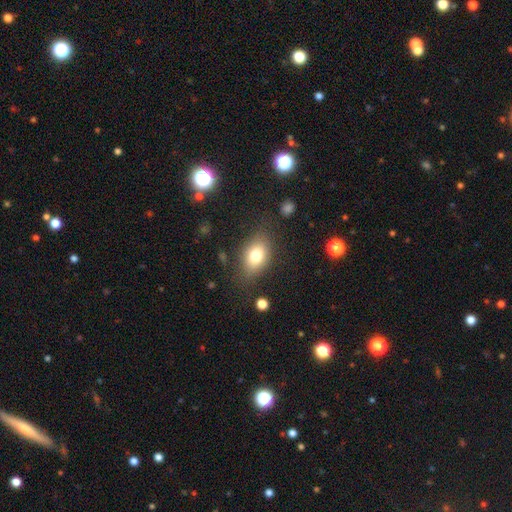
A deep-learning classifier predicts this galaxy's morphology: Overall: smooth (76%). How rounded: in between (78%). Merging: none (77%).